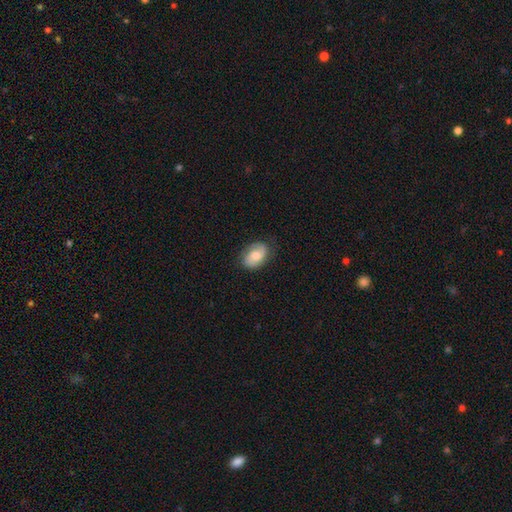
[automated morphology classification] smooth_or_featured: smooth (p=0.53) [alt: featured or disk p=0.40]
how_rounded: in between (p=0.83) [alt: round p=0.16]
merging: none (p=0.77) [alt: minor disturbance p=0.17]